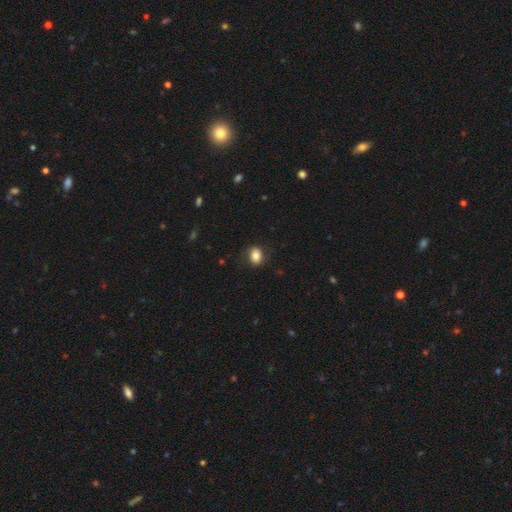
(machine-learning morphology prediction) Overall: smooth (80%). How rounded: in between (56%; round 43%). Merging: none (80%).